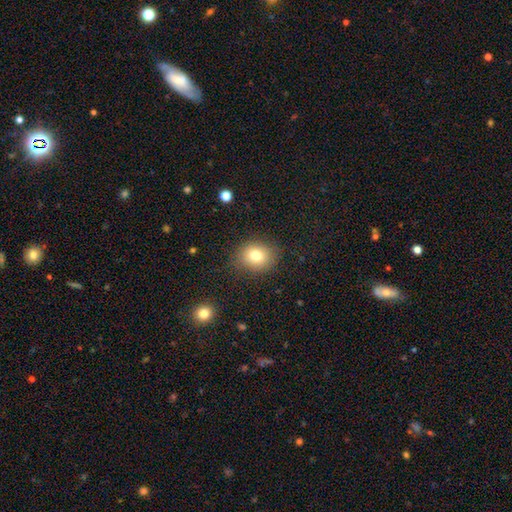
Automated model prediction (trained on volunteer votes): A smooth galaxy with no disk features (78%) that is round (63%).

Vote fractions:
- Smooth or featured? smooth: 78% / star or artifact: 12% / featured or disk: 11%
- How rounded? round: 63% / in between: 36% / cigar-shaped: 1%
- Merging? none: 83% / minor disturbance: 12% / major disturbance: 4% / merger: 1%